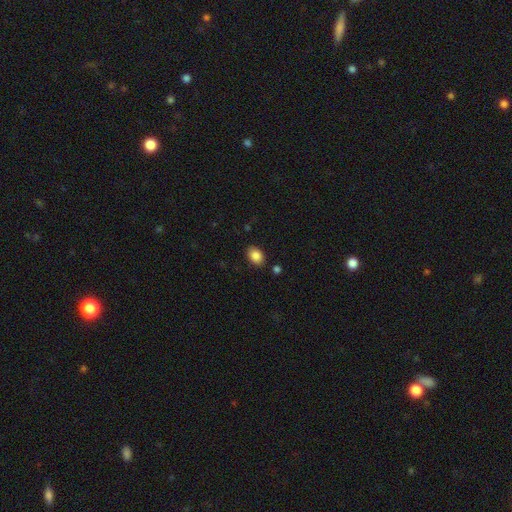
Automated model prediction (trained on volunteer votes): A smooth galaxy with no disk features (86%) that is in between round and cigar-shaped (76%). Merging: none (85%).